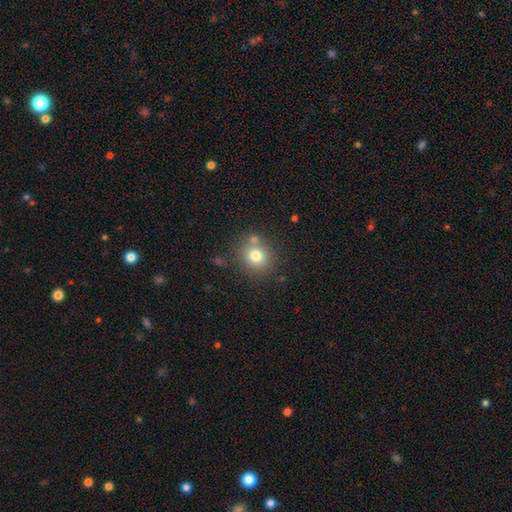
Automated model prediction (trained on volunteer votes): A smooth galaxy with no disk features (77%) that is round (84%).

Vote fractions:
- Smooth or featured? smooth: 77% / star or artifact: 12% / featured or disk: 11%
- How rounded? round: 84% / in between: 15% / cigar-shaped: 1%
- Merging? none: 72% / merger: 13% / minor disturbance: 11% / major disturbance: 4%